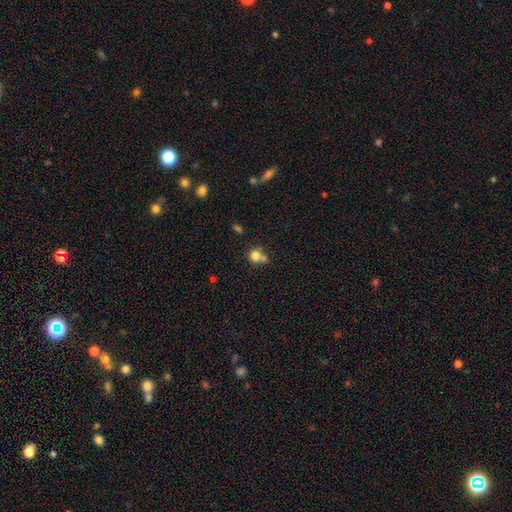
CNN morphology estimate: A smooth galaxy with no disk features (79%) that is round (81%). Merging: none (44%).